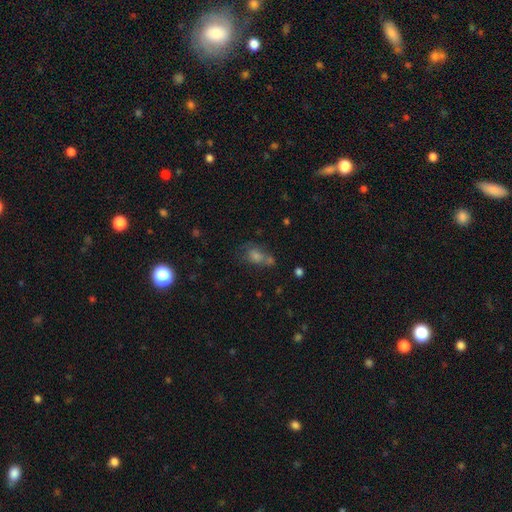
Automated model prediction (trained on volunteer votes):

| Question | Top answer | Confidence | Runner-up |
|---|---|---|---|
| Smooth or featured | smooth | 58% | star or artifact (23%) |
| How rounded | in between | 63% | round (33%) |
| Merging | none | 41% | merger (27%) |